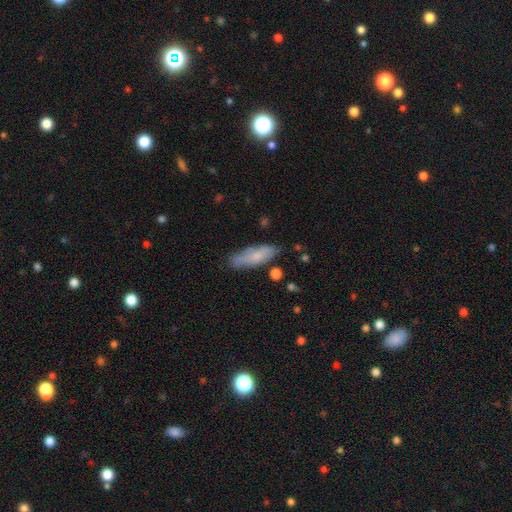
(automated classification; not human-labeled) Smooth or featured? Predicted: smooth (p=0.65). How rounded? Predicted: in between (p=0.56). Merging? Predicted: none (p=0.71).